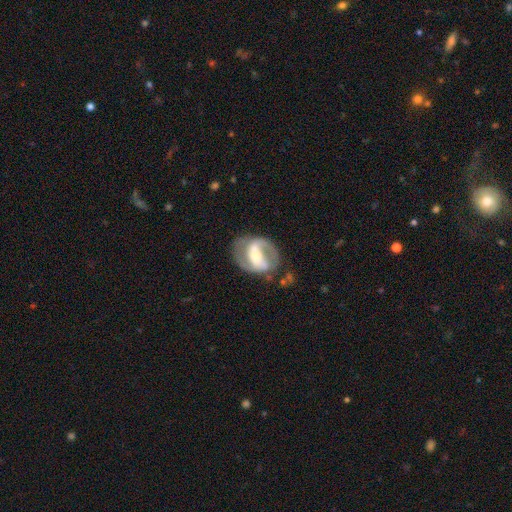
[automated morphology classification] type=featured or disk (80%); edge-on=no (96%); bar=strong (56%); spiral arms=yes (82%); winding=medium (49%); arm count=2 (80%); bulge=moderate (47%); merging=none (63%).